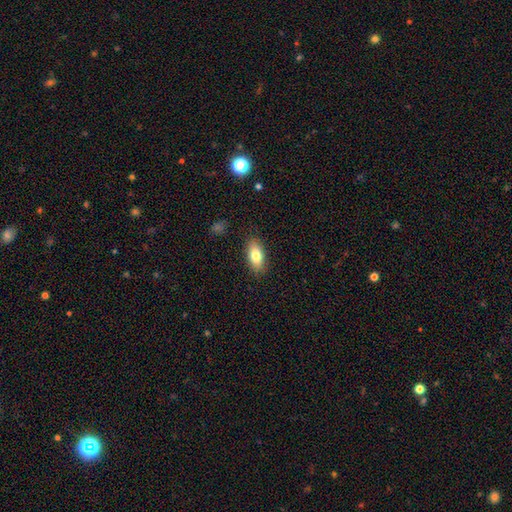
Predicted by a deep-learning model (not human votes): This appears to be a smooth galaxy with no disk features (80%) that is in between round and cigar-shaped (88%). Merging: none (87%).